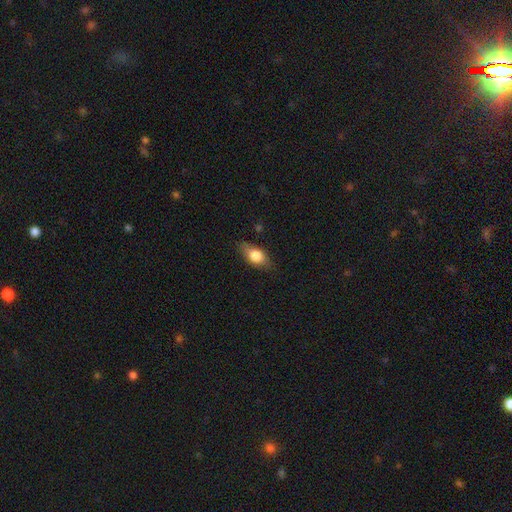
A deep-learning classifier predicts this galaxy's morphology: type=smooth (72%); roundness=in between (79%); merging=none (75%).